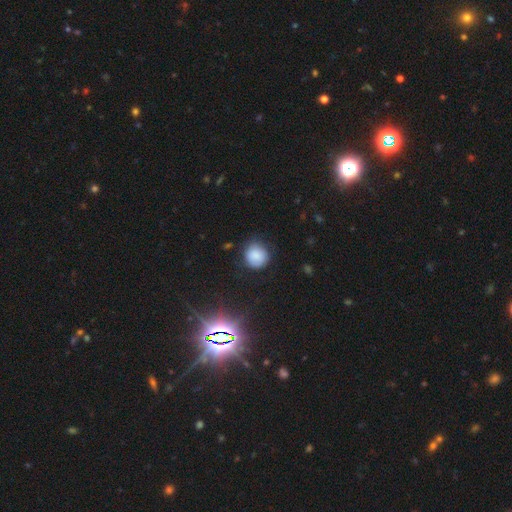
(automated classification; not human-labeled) This is clearly a smooth galaxy (84%). How rounded: clearly round (88%). Merging: likely none (73%).